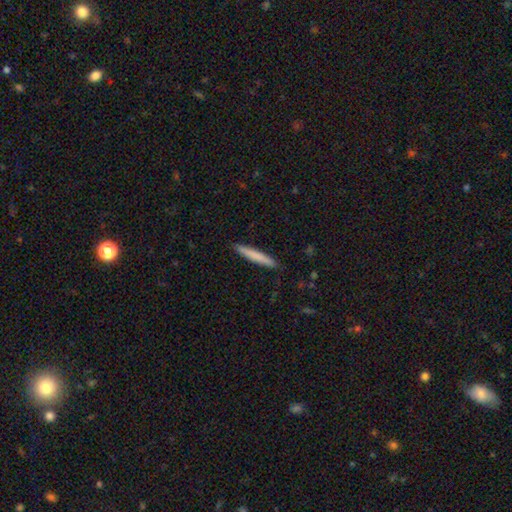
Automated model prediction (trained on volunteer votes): A smooth galaxy with no disk features (76%) that is cigar-shaped (96%). Merging: none (91%).